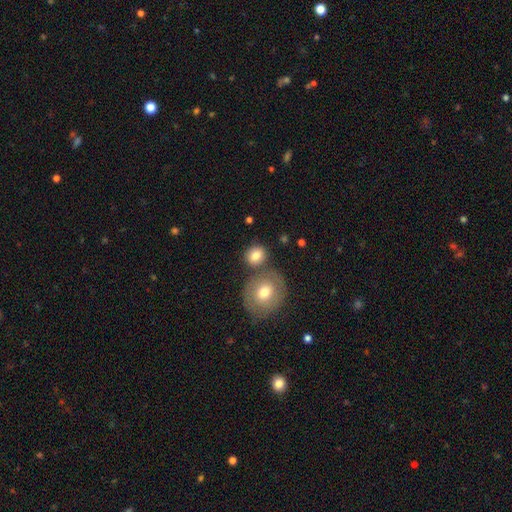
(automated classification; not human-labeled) smooth-or-featured: smooth: 80% | featured or disk: 12% | star or artifact: 8%
  how-rounded: round: 73% | in between: 26% | cigar-shaped: 1%
  merging: none: 65% | merger: 21% | minor disturbance: 11% | major disturbance: 3%